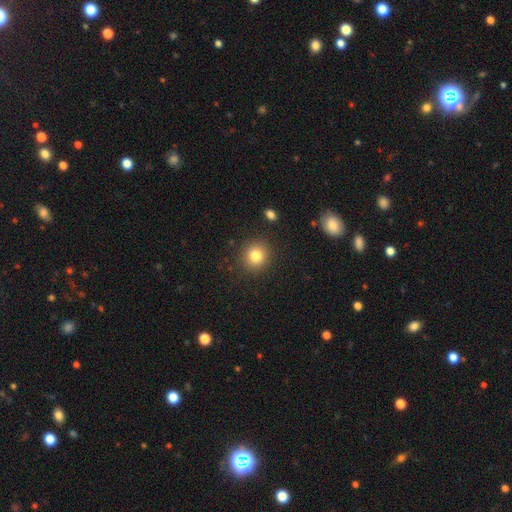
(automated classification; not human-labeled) A smooth galaxy with no disk features (82%) that is round (87%).

Vote fractions:
- Smooth or featured? smooth: 82% / star or artifact: 11% / featured or disk: 7%
- How rounded? round: 87% / in between: 12% / cigar-shaped: 1%
- Merging? none: 89% / minor disturbance: 7% / major disturbance: 2% / merger: 2%